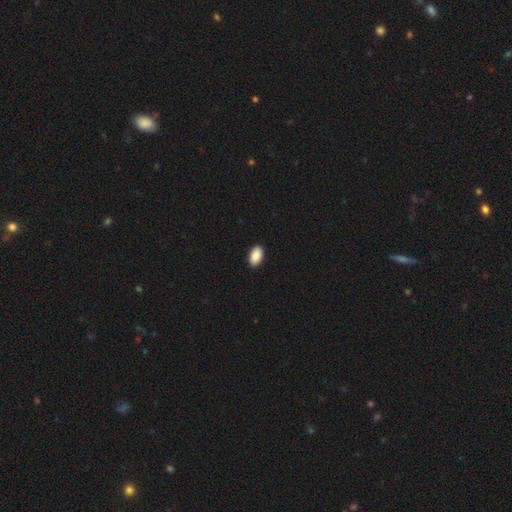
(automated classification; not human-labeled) This appears to be a smooth galaxy with no disk features (90%) that is in between round and cigar-shaped (94%). Merging: none (91%).